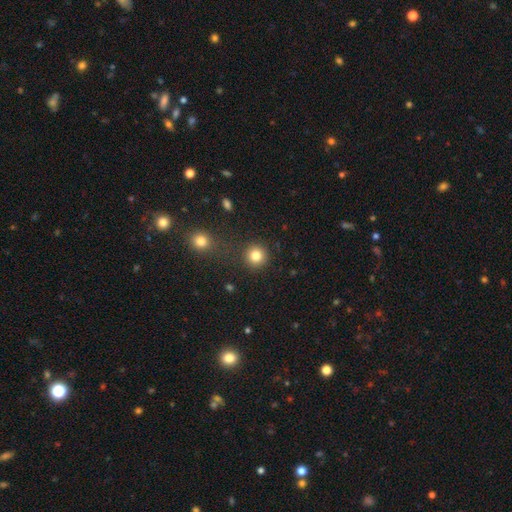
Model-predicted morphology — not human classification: smooth-or-featured: smooth: 84% | star or artifact: 11% | featured or disk: 5%
  how-rounded: round: 93% | in between: 6% | cigar-shaped: 1%
  merging: none: 86% | minor disturbance: 7% | merger: 4% | major disturbance: 3%